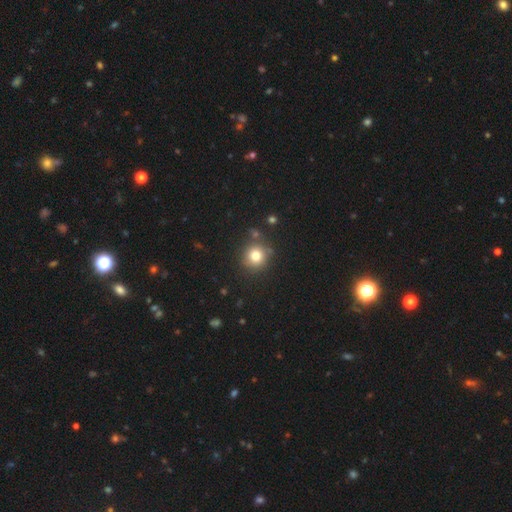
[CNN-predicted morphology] smooth 79%, star or artifact 13%, featured or disk 8%. Down the decision tree: how rounded — round (91%); merging — none (81%).